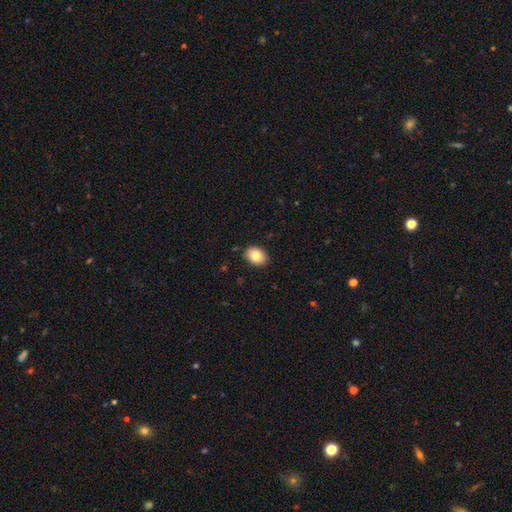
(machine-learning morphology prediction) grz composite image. It shows a smooth galaxy with no disk features (83%) that is in between round and cigar-shaped (73%). Merging: none (88%).